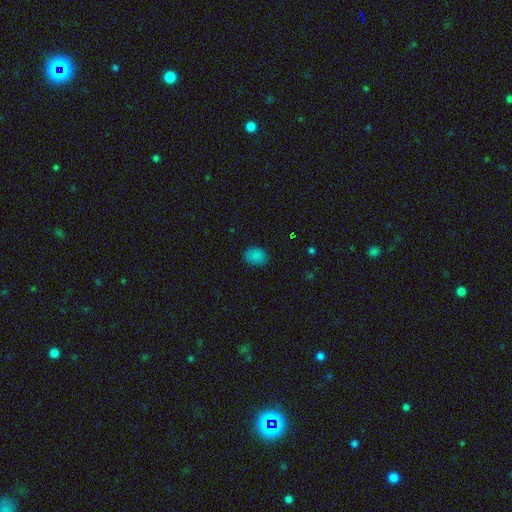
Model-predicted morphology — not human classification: This appears to be a smooth galaxy with no disk features (83%) that is in between round and cigar-shaped (71%). Merging: none (82%).